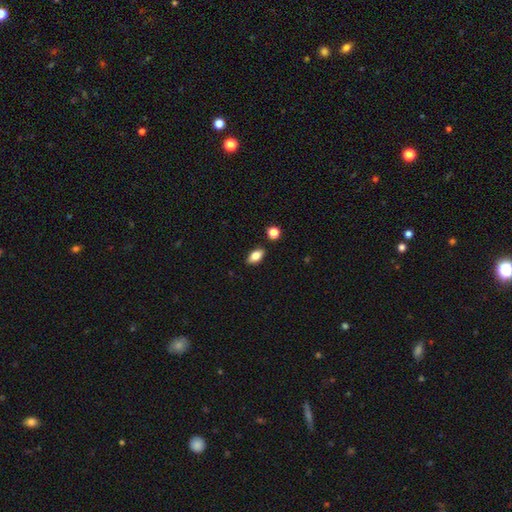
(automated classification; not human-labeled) Morphology: type=smooth (75%); roundness=in between (86%); merging=none (86%).